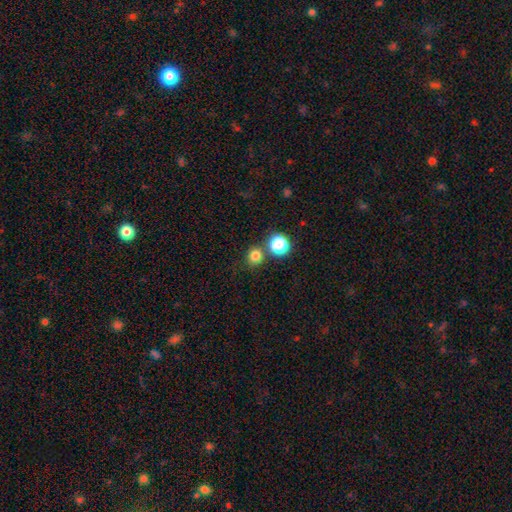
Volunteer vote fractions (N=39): smooth-or-featured: smooth: 77% | featured or disk: 13% | star or artifact: 10%
  how-rounded: round: 93% | in between: 3% | cigar-shaped: 3%
  merging: none: 74% | minor disturbance: 9% | major disturbance: 9% | merger: 9%